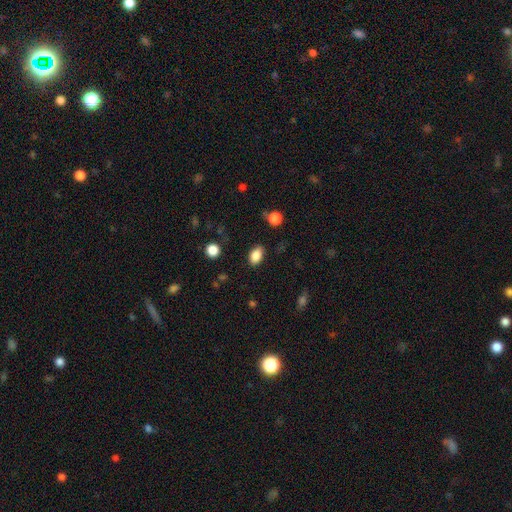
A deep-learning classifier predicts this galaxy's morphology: This is clearly a smooth galaxy (87%). How rounded: clearly in between (86%). Merging: clearly none (85%).